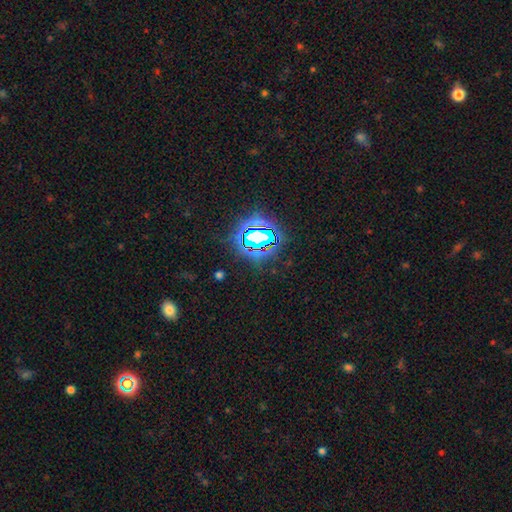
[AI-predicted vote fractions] Smooth or featured?
  - star or artifact: 82% *
  - smooth: 11%
  - featured or disk: 6%